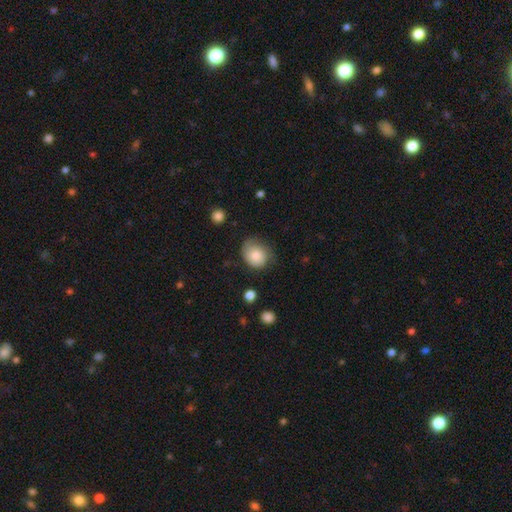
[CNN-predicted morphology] Overall: smooth (72%). How rounded: round (57%; in between 43%). Merging: none (54%; minor disturbance 32%).